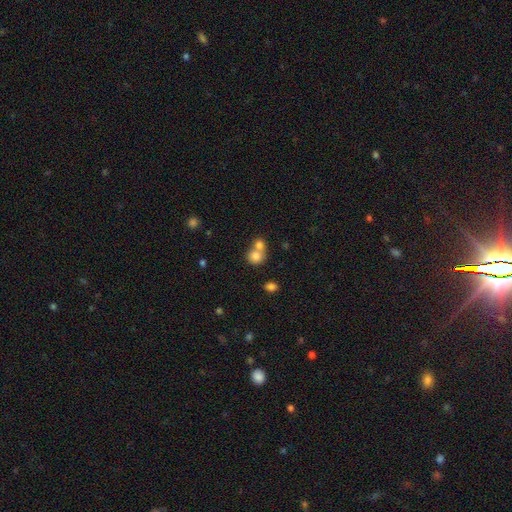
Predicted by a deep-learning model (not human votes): Smooth or featured: smooth — 78% (featured or disk — 11%)
How rounded: round — 77% (in between — 22%)
Merging: merger — 58% (none — 33%)